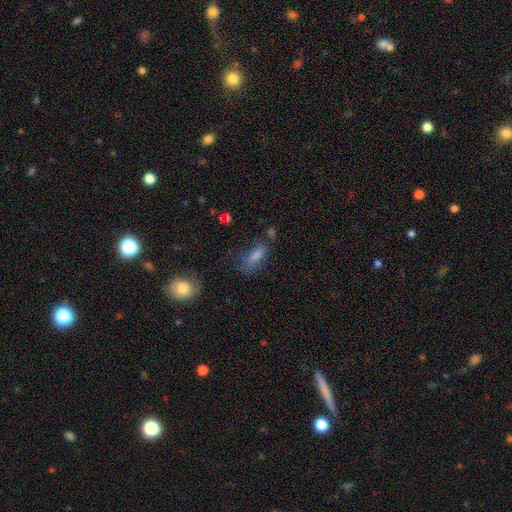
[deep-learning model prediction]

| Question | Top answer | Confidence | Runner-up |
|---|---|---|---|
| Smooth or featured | smooth | 63% | featured or disk (21%) |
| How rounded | in between | 64% | cigar-shaped (30%) |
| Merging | none | 50% | minor disturbance (27%) |